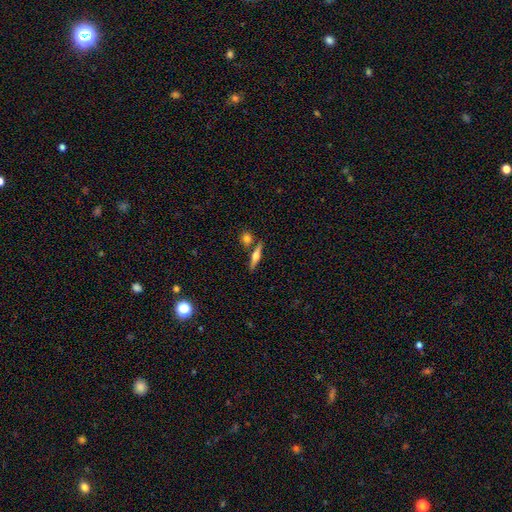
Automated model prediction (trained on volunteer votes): Overall: featured or disk (64%; smooth 29%). Edge-on disk: yes (97%). Edge-on bulge: rounded (92%). Merging: none (79%).